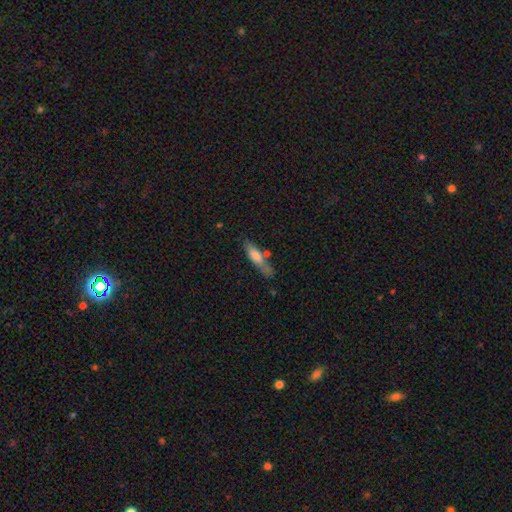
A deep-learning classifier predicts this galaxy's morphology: This is likely a smooth galaxy (66%). How rounded: likely cigar-shaped (76%). Merging: possibly none (59%).